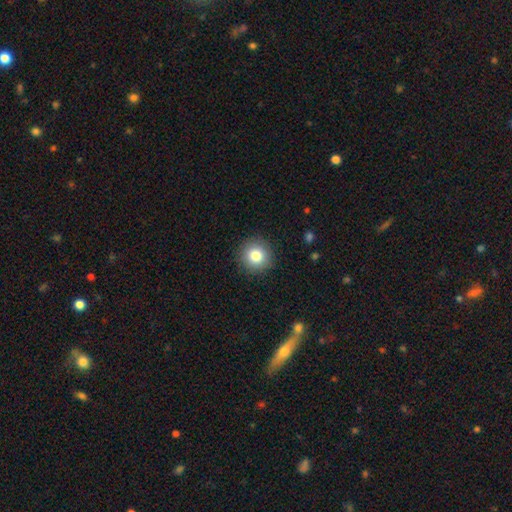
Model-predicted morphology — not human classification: smooth 81%, star or artifact 10%, featured or disk 9%. Down the decision tree: how rounded — round (94%); merging — none (91%).